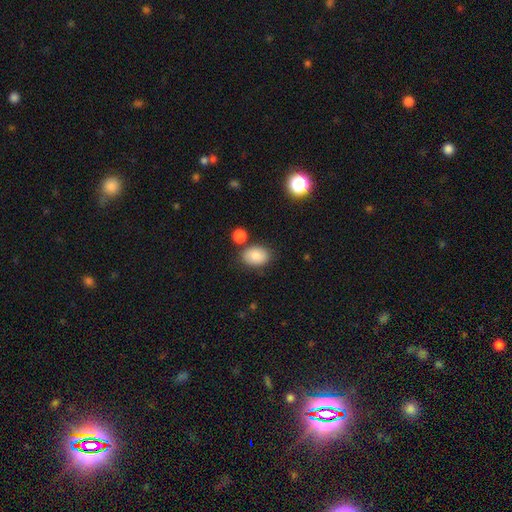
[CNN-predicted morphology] This appears to be a smooth galaxy with no disk features (84%) that is in between round and cigar-shaped (81%). Merging: none (76%).